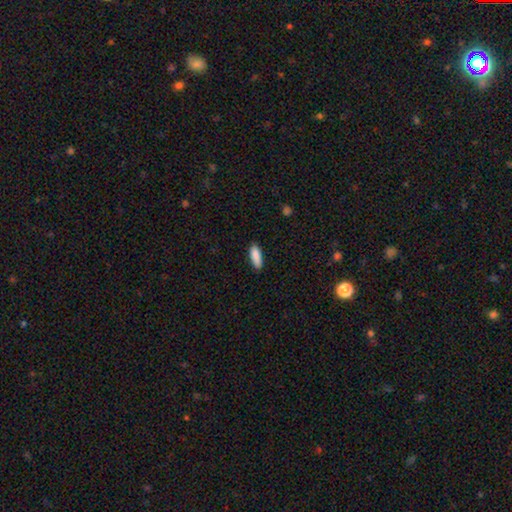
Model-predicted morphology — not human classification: Smooth or featured?
  - smooth: 89% *
  - star or artifact: 6%
  - featured or disk: 5%
How rounded?
  - in between: 61% *
  - cigar-shaped: 37%
  - round: 2%
Merging?
  - none: 86% *
  - minor disturbance: 11%
  - major disturbance: 2%
  - merger: 1%